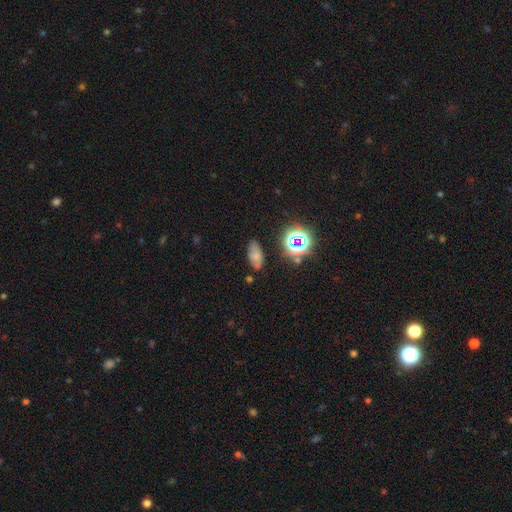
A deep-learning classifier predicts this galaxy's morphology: type=smooth (65%); roundness=in between (87%); merging=none (75%).